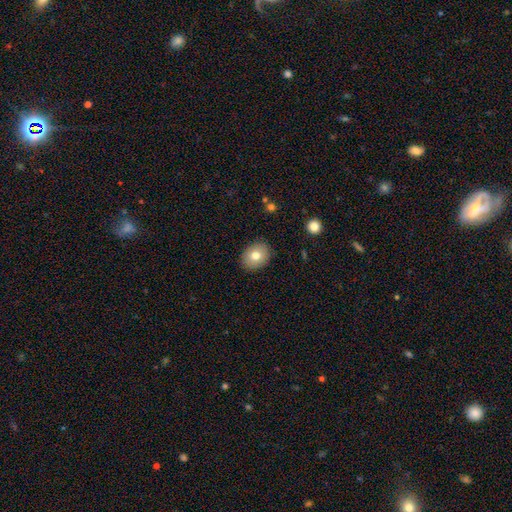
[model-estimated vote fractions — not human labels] Smooth or featured? Predicted: smooth (p=0.77). How rounded? Predicted: in between (p=0.58). Merging? Predicted: none (p=0.88).